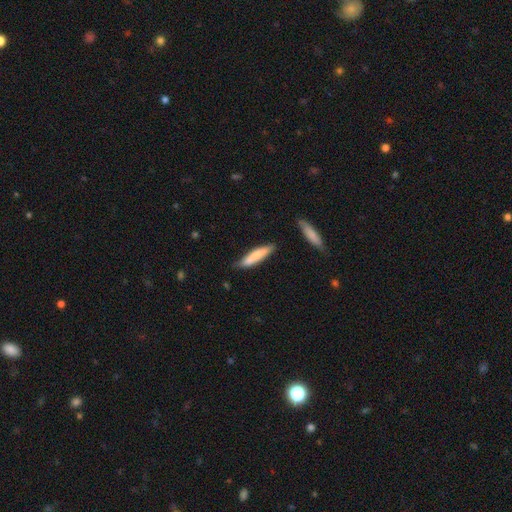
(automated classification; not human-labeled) The model was most divided on "smooth or featured": smooth: 74%, featured or disk: 20%, star or artifact: 6%. More confident: how rounded — cigar-shaped (83%); merging — none (75%).